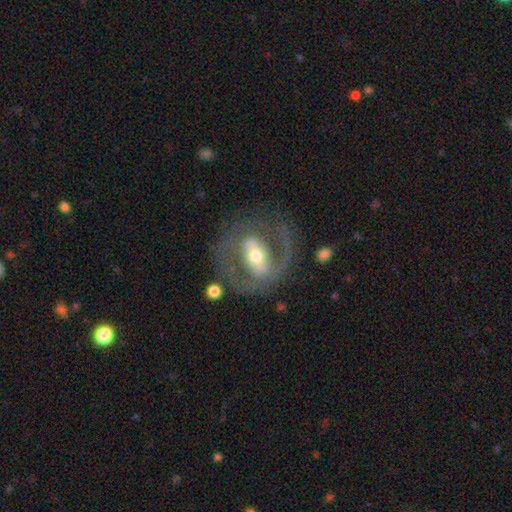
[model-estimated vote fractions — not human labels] Smooth or featured?
  - featured or disk: 81% *
  - smooth: 14%
  - star or artifact: 5%
Edge-on disk?
  - no: 95% *
  - yes: 5%
Bar?
  - strong: 50% *
  - weak: 31%
  - no: 19%
Spiral arms?
  - yes: 71% *
  - no: 29%
Spiral winding?
  - medium: 48% *
  - tight: 32%
  - loose: 20%
Spiral arm count?
  - 2: 76% *
  - 1: 10%
  - can't tell: 10%
  - 3: 2%
  - 4: 1%
  - more than 4: 1%
Bulge size?
  - moderate: 68% *
  - small: 20%
  - large: 10%
  - dominant: 1%
  - none: 1%
Merging?
  - none: 68% *
  - minor disturbance: 15%
  - major disturbance: 14%
  - merger: 3%